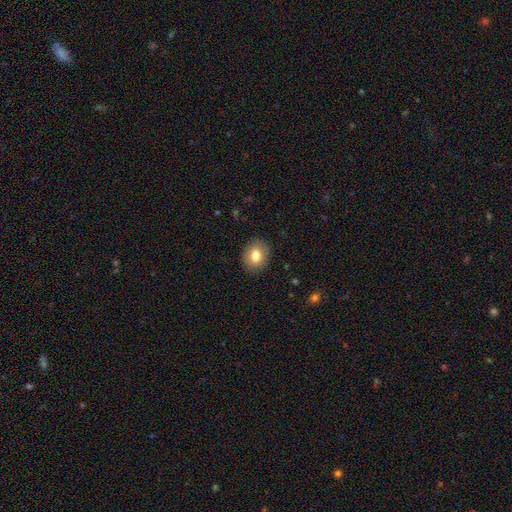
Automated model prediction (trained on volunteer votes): This is likely a smooth galaxy (79%). How rounded: possibly round (51%). Merging: clearly none (89%).